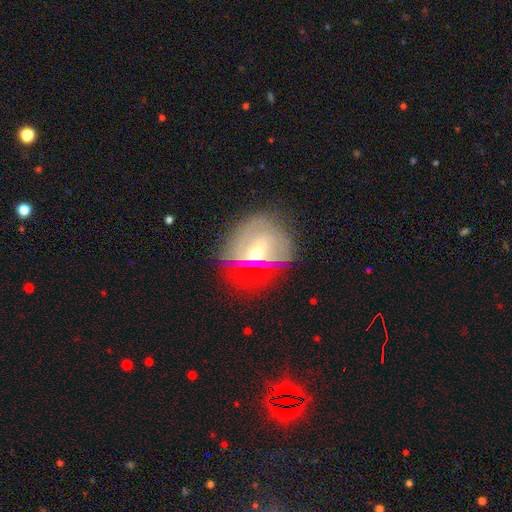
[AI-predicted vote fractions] Smooth or featured?
  - featured or disk: 47% *
  - smooth: 37%
  - star or artifact: 17%
Merging?
  - none: 67% *
  - minor disturbance: 20%
  - major disturbance: 10%
  - merger: 3%